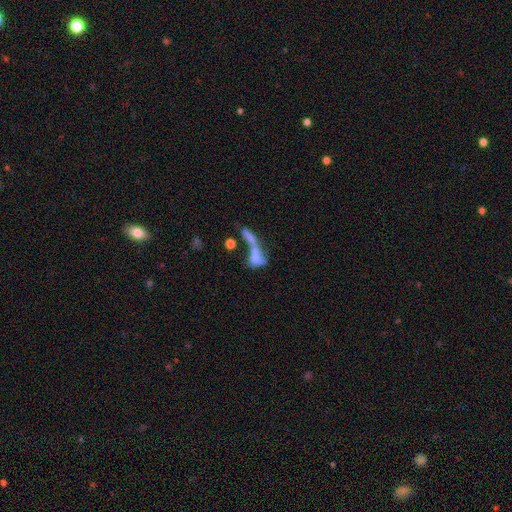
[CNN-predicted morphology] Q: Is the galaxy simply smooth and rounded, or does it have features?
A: smooth — 53%.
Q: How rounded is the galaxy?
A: in between — 58%.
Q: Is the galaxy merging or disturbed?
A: merger — 56%.